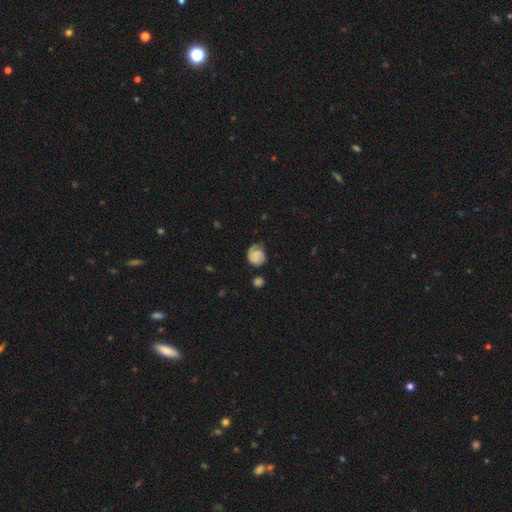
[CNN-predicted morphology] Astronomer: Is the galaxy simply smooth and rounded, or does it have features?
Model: smooth — 48% (runner-up: featured or disk, 44%).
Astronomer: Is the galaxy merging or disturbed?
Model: none — 55%.